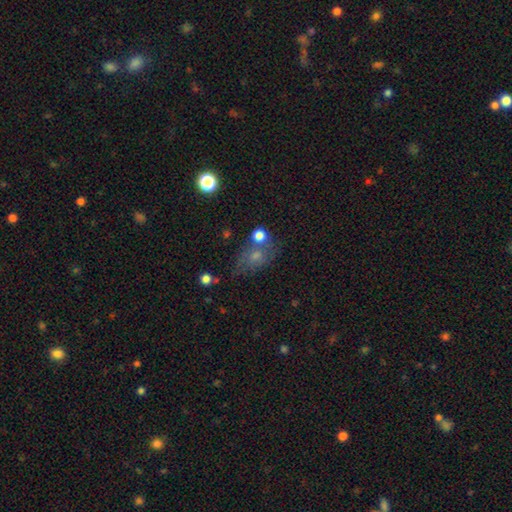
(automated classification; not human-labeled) Smooth or featured?
  - smooth: 61% *
  - featured or disk: 20%
  - star or artifact: 19%
How rounded?
  - in between: 61% *
  - round: 37%
  - cigar-shaped: 2%
Merging?
  - none: 50% *
  - merger: 21%
  - minor disturbance: 19%
  - major disturbance: 11%